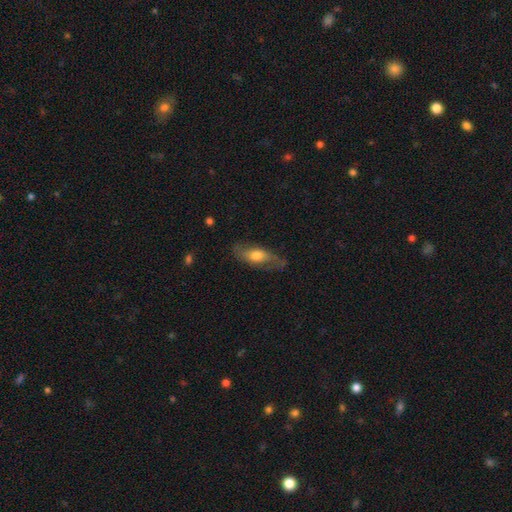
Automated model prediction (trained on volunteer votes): Smooth or featured? Predicted: smooth (p=0.51). How rounded? Predicted: in between (p=0.70). Merging? Predicted: none (p=0.66).